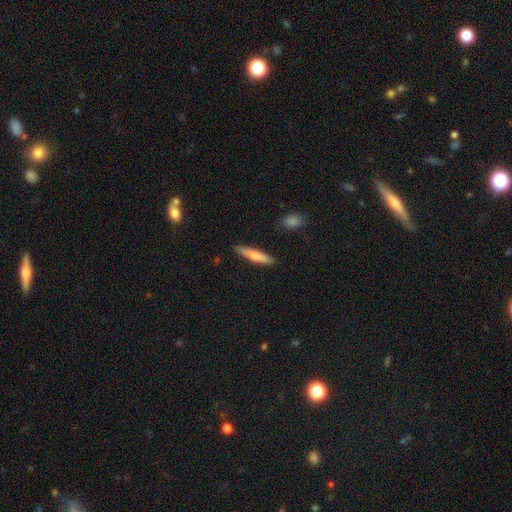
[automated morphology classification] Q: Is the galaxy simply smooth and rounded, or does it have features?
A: smooth — 75%.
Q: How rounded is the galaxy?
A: cigar-shaped — 86%.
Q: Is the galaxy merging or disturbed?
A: none — 87%.